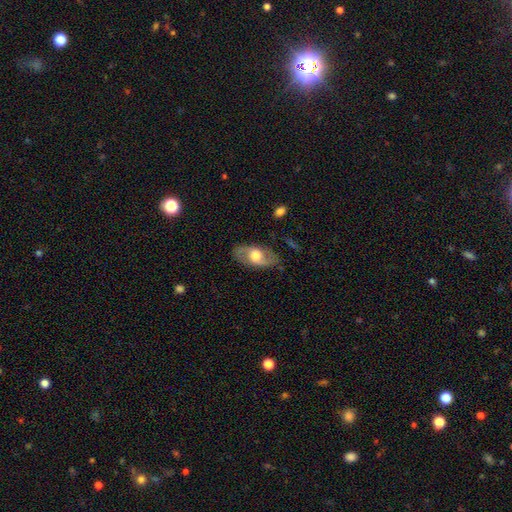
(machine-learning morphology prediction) Smooth or featured? featured or disk (56%)
Edge-on disk? no (82%)
Merging? none (80%)